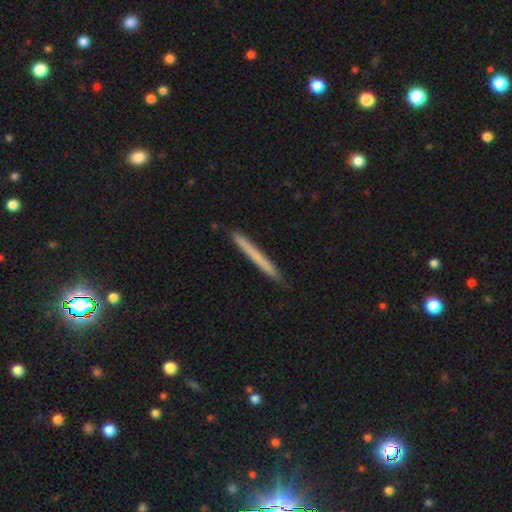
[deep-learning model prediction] Morphology: type=smooth (62%); roundness=cigar-shaped (97%); merging=none (91%).